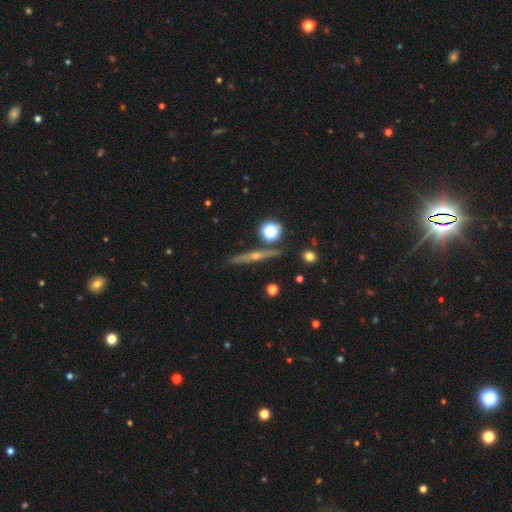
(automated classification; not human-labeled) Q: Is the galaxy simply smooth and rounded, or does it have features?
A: featured or disk — 73%.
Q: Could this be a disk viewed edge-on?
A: yes — 97%.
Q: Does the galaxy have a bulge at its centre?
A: rounded — 87%.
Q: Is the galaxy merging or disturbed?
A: none — 88%.